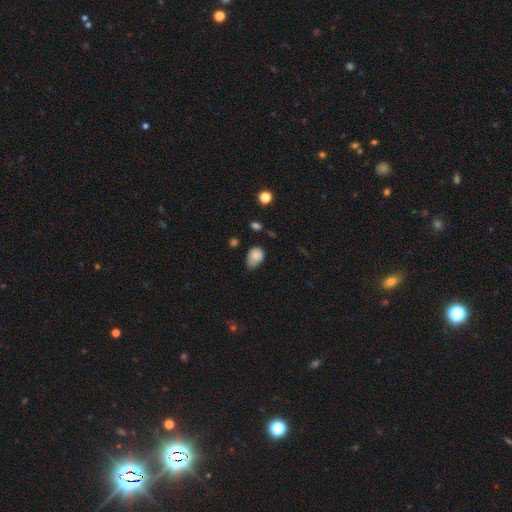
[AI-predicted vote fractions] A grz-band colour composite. It shows a smooth galaxy with no disk features (84%) that is in between round and cigar-shaped (67%). Merging: minor disturbance (49%).